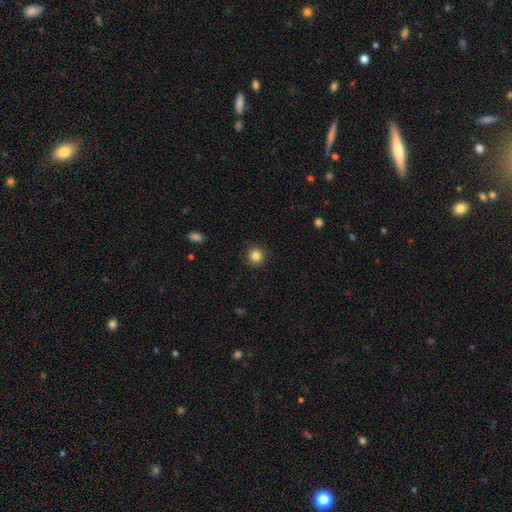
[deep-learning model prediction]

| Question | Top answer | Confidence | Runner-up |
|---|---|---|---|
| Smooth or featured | smooth | 85% | star or artifact (11%) |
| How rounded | round | 94% | in between (5%) |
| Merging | none | 92% | minor disturbance (5%) |